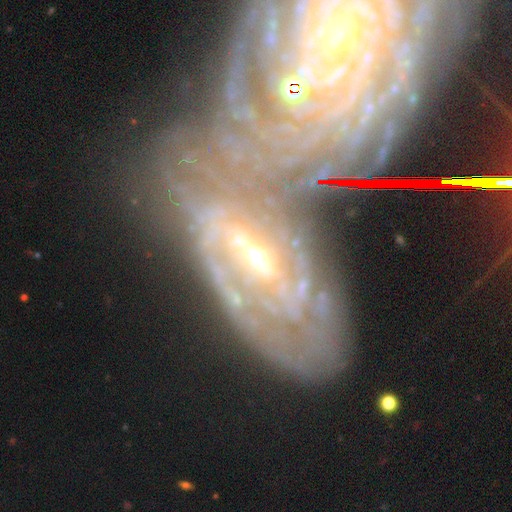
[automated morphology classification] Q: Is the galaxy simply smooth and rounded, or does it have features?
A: featured or disk — 79%.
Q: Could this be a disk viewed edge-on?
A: no — 90%.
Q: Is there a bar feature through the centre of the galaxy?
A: weak — 36%.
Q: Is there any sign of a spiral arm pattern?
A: yes — 82%.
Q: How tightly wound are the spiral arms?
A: tight — 65%.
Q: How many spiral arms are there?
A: can't tell — 47%.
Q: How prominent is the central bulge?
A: small — 55%.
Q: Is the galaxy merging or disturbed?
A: none — 38%.